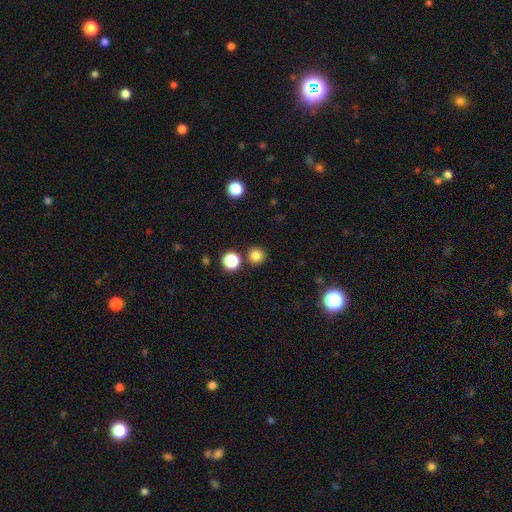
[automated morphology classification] type=smooth (82%); roundness=round (95%); merging=none (86%).